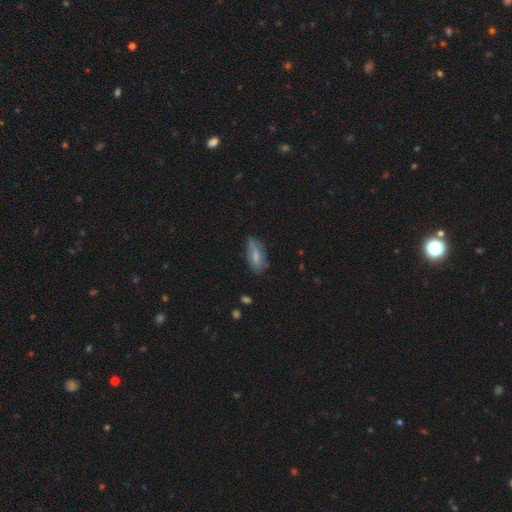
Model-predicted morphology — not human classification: Smooth or featured? Predicted: smooth (p=0.64). How rounded? Predicted: in between (p=0.84). Merging? Predicted: none (p=0.65).